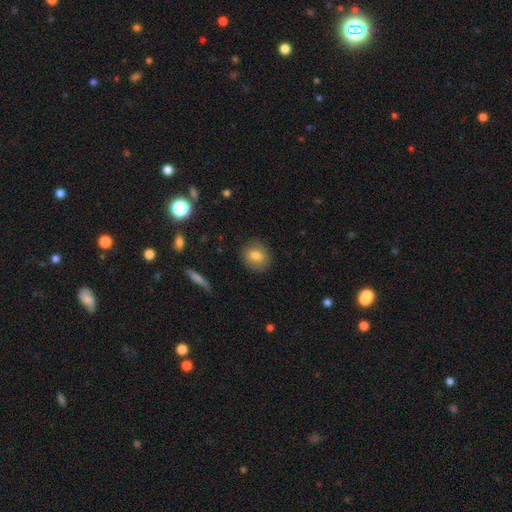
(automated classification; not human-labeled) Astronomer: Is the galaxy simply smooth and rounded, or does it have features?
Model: smooth — 79%.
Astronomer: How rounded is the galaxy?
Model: round — 72%.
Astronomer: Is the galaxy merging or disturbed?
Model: none — 86%.